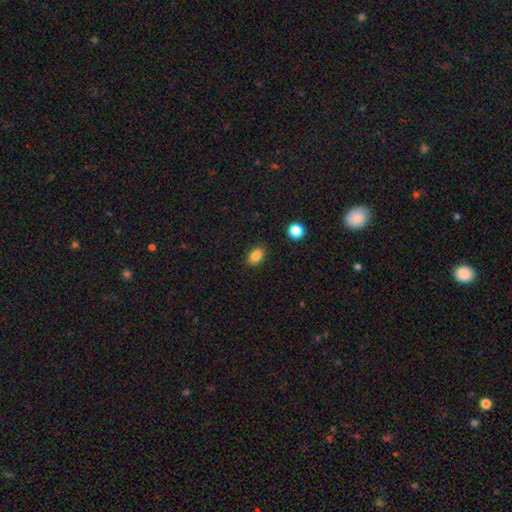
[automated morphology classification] type=smooth (86%); roundness=in between (85%); merging=none (87%).